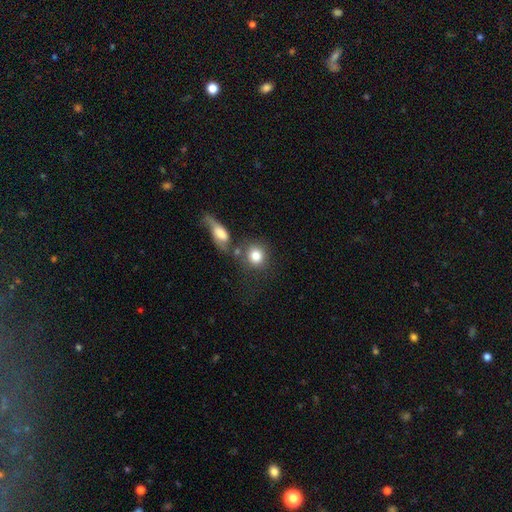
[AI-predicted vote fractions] smooth 81%, featured or disk 11%, star or artifact 8%. Down the decision tree: how rounded — round (81%); merging — none (54%).